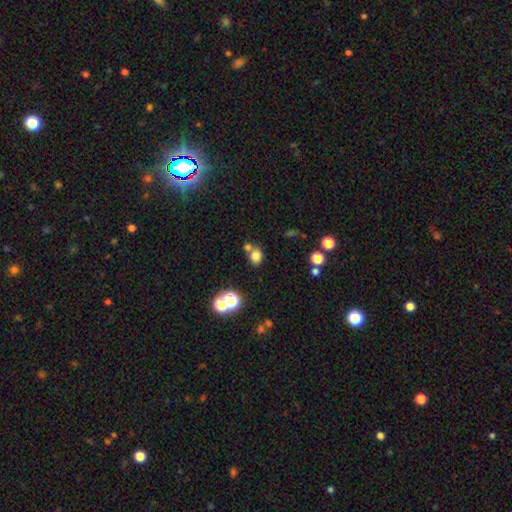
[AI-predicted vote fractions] A smooth galaxy with no disk features (75%) that is round (58%).

Vote fractions:
- Smooth or featured? smooth: 75% / star or artifact: 16% / featured or disk: 8%
- How rounded? round: 58% / in between: 41% / cigar-shaped: 1%
- Merging? none: 58% / merger: 27% / minor disturbance: 11% / major disturbance: 4%